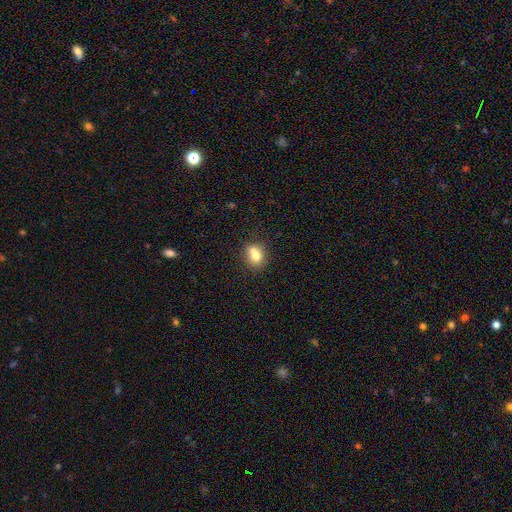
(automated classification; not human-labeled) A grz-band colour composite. It shows a smooth galaxy with no disk features (73%) that is round (61%). Merging: none (45%).